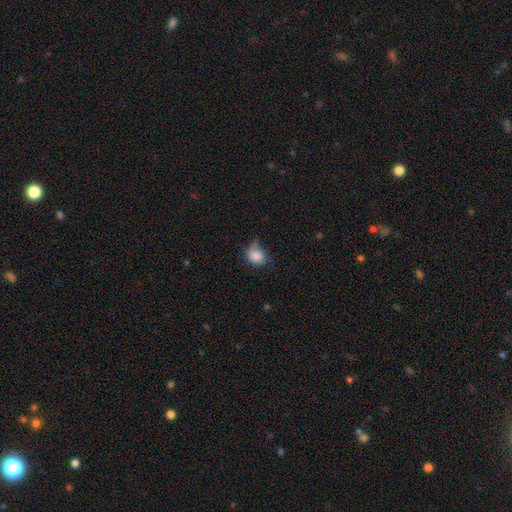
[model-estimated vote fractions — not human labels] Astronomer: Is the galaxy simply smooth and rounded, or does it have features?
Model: smooth — 84%.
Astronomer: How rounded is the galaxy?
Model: round — 56% (runner-up: in between, 42%).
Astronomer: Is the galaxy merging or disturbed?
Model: minor disturbance — 40%, tied with none at 40%.